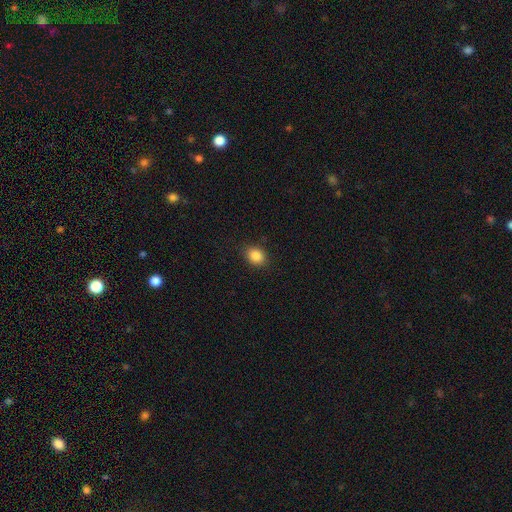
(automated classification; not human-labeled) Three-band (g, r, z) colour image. It shows a smooth galaxy with no disk features (87%) that is in between round and cigar-shaped (54%). Merging: none (85%).